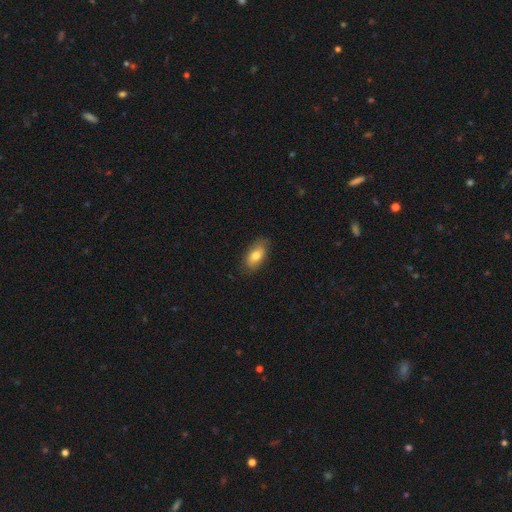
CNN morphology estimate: Q: Smooth or featured?
A: smooth (77%); runner-up: featured or disk (16%)
Q: How rounded?
A: in between (90%); runner-up: cigar-shaped (6%)
Q: Merging?
A: none (80%); runner-up: minor disturbance (16%)